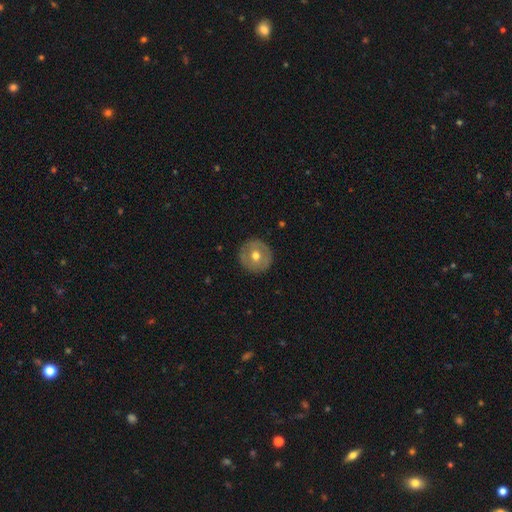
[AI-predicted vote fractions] Smooth or featured? Predicted: smooth (p=0.53). How rounded? Predicted: round (p=0.95). Merging? Predicted: none (p=0.90).